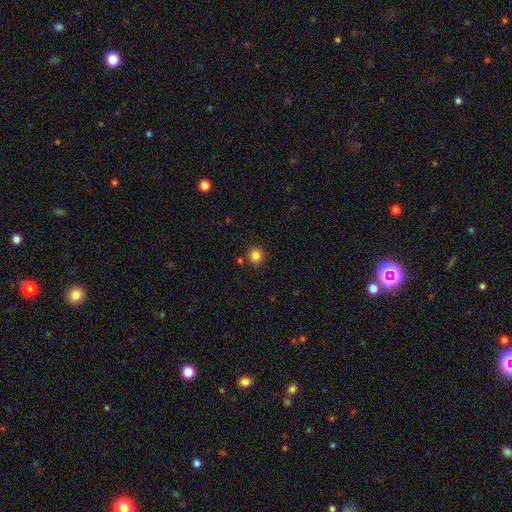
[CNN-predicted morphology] Smooth or featured? smooth (84%)
How rounded? round (89%)
Merging? none (86%)